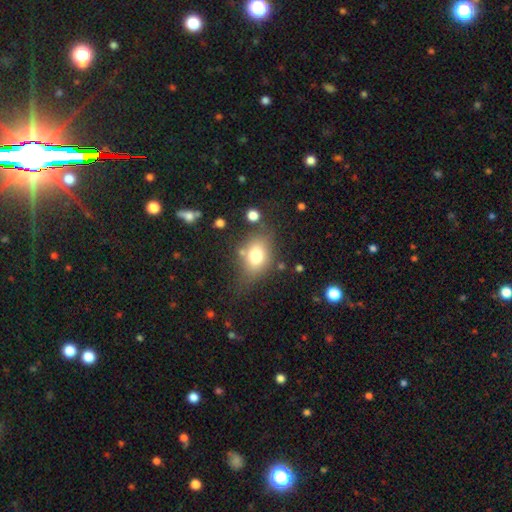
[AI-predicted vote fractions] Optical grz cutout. It shows a smooth galaxy with no disk features (73%) that is in between round and cigar-shaped (65%). Merging: none (68%).